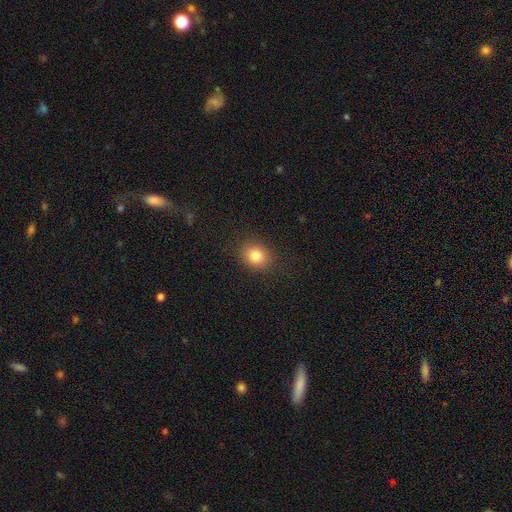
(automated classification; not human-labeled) The model was most divided on "how rounded": round: 65%, in between: 34%, cigar-shaped: 1%. More confident: merging — none (88%); smooth or featured — smooth (82%).